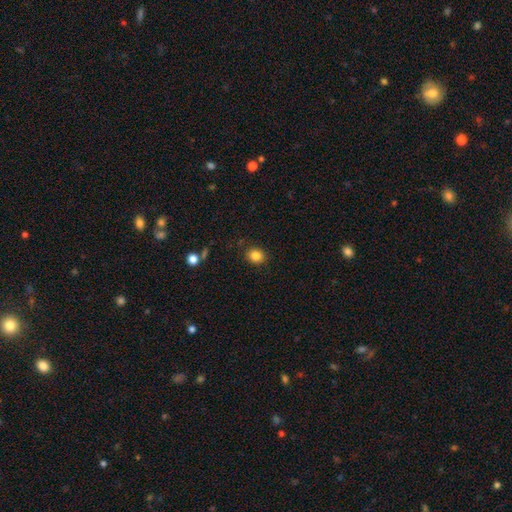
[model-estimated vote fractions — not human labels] This appears to be a smooth galaxy with no disk features (84%) that is round (65%). Merging: none (87%).